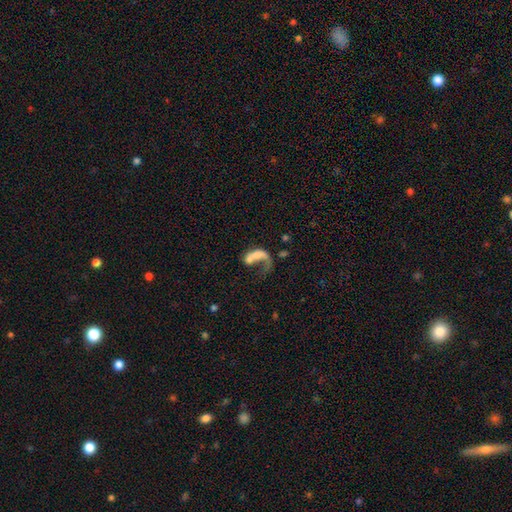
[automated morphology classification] The model was most divided on "merging": major disturbance: 38%, merger: 35%, none: 17%, minor disturbance: 9%. More confident: edge-on disk — no (96%); smooth or featured — featured or disk (51%).